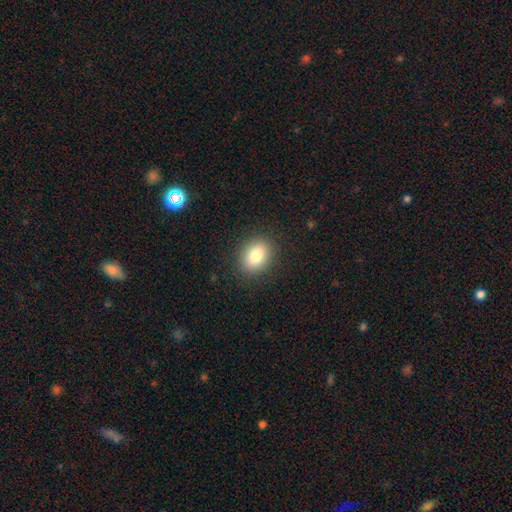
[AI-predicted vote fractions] Smooth or featured: smooth — 82% (star or artifact — 9%)
How rounded: in between — 63% (round — 36%)
Merging: none — 88% (minor disturbance — 8%)